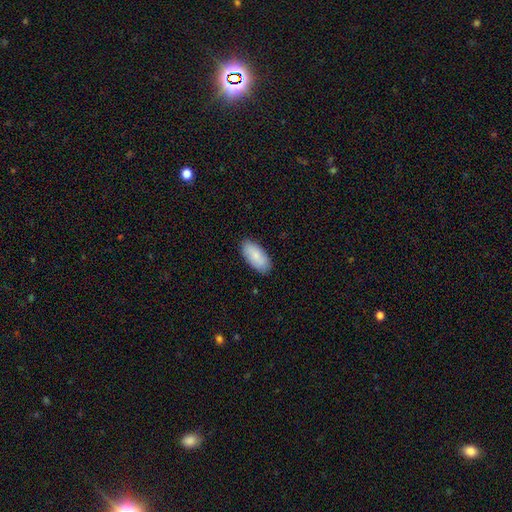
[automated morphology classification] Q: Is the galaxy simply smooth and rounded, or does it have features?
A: smooth — 85%.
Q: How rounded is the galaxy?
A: in between — 93%.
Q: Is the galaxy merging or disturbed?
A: none — 86%.